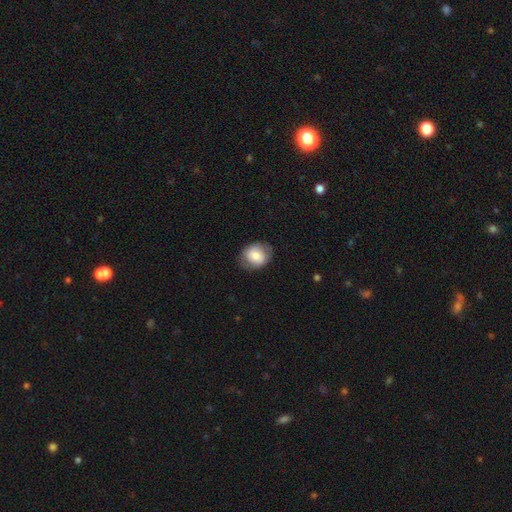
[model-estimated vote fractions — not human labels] The model was most divided on "how rounded": round: 55%, in between: 44%, cigar-shaped: 1%. More confident: merging — none (77%); smooth or featured — smooth (71%).